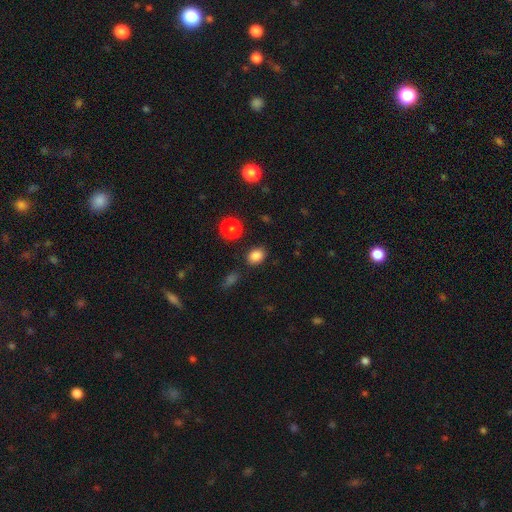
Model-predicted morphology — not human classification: This appears to be a smooth galaxy with no disk features (83%) that is in between round and cigar-shaped (58%). Merging: none (84%).